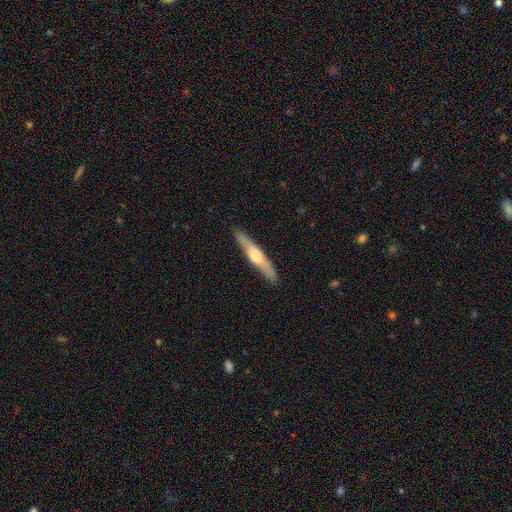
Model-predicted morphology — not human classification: The model was most divided on "smooth or featured": featured or disk: 57%, smooth: 38%, star or artifact: 5%. More confident: edge-on disk — yes (95%); merging — none (90%); edge-on bulge — rounded (84%).